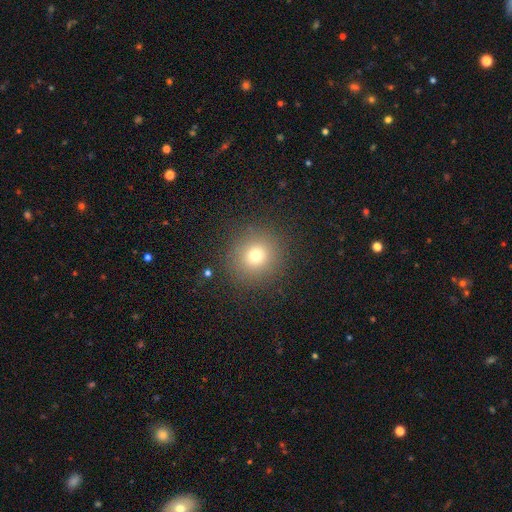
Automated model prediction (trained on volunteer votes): A smooth galaxy with no disk features (74%) that is round (92%). Merging: none (89%).